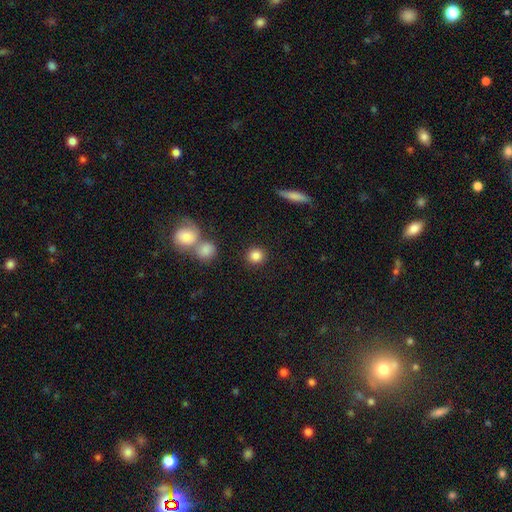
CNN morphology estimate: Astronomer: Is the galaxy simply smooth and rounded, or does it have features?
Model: smooth — 85%.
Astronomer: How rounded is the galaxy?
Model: round — 90%.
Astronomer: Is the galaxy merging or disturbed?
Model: none — 87%.